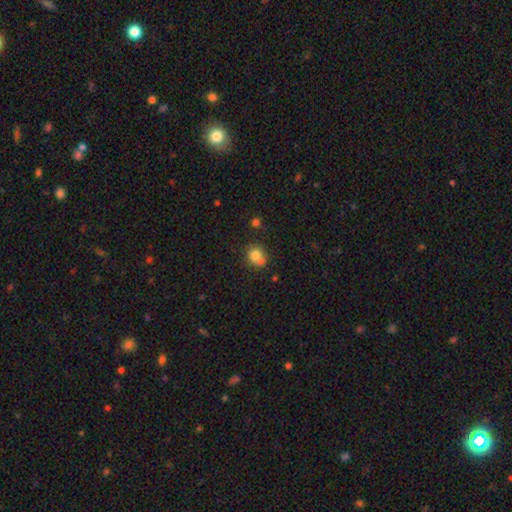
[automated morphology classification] This appears to be a smooth galaxy with no disk features (78%) that is round (77%). Merging: none (55%).